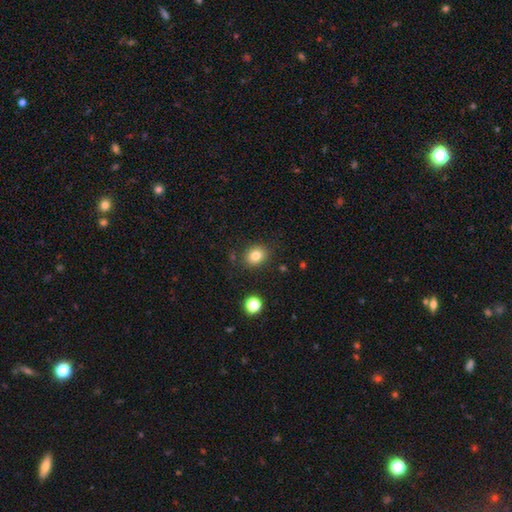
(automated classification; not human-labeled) The model was most divided on "how rounded": round: 50%, in between: 49%, cigar-shaped: 1%. More confident: merging — none (84%); smooth or featured — smooth (82%).